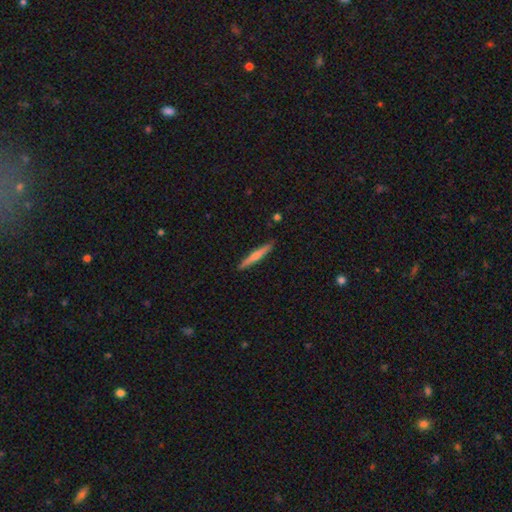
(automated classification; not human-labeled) A smooth galaxy with no disk features (55%) that is cigar-shaped (95%). Merging: none (90%).